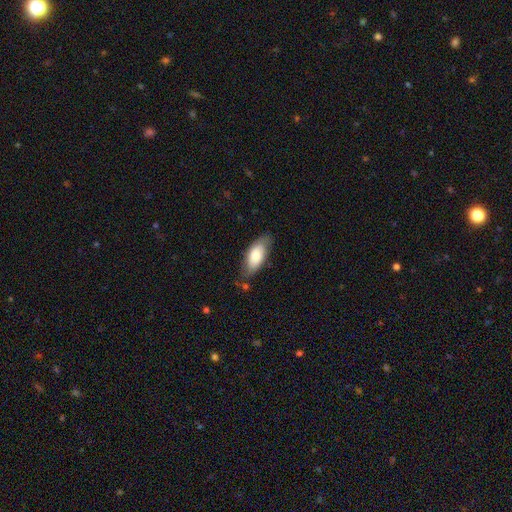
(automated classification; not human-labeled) This appears to be a smooth galaxy with no disk features (75%) that is in between round and cigar-shaped (87%). Merging: none (72%).